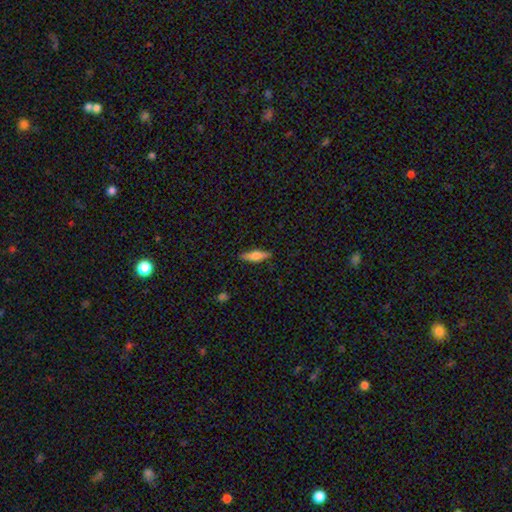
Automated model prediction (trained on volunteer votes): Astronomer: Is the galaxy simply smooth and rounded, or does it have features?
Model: smooth — 57% (runner-up: featured or disk, 36%).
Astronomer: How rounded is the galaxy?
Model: cigar-shaped — 65%.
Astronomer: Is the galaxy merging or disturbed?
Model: none — 88%.